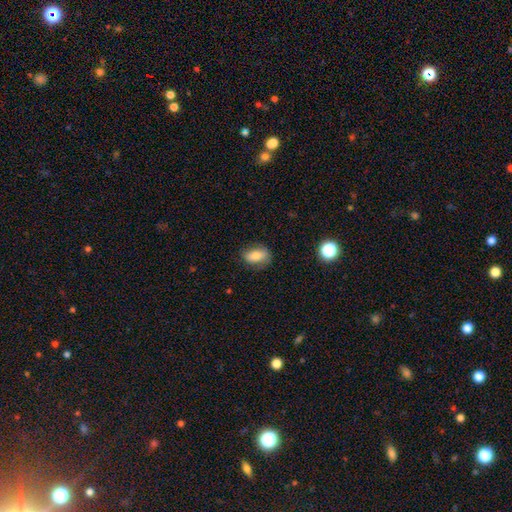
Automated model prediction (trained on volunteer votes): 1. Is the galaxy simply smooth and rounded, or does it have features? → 77% smooth, 15% featured or disk, 9% star or artifact.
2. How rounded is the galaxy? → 86% in between, 10% round, 5% cigar-shaped.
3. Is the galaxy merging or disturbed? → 76% none, 18% minor disturbance, 5% major disturbance, 1% merger.